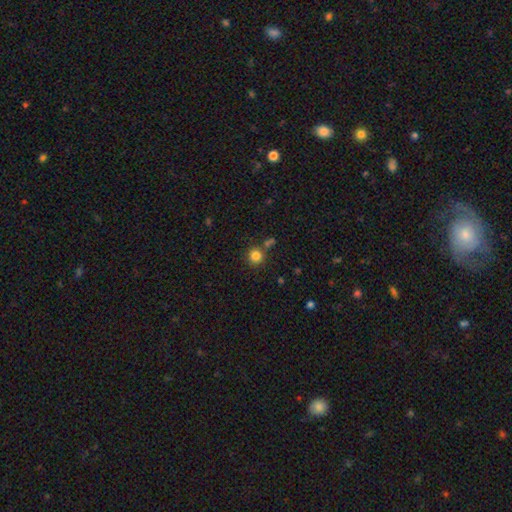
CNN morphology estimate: smooth-or-featured: smooth: 82% | star or artifact: 13% | featured or disk: 5%
  how-rounded: round: 92% | in between: 7% | cigar-shaped: 1%
  merging: none: 78% | merger: 10% | minor disturbance: 9% | major disturbance: 3%